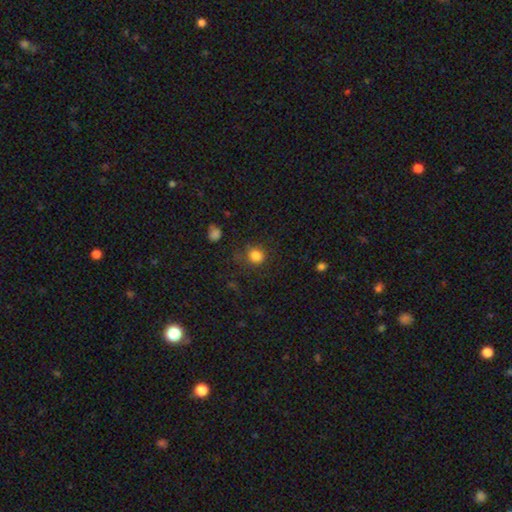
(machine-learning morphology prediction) The model was most divided on "merging": none: 69%, minor disturbance: 19%, major disturbance: 9%, merger: 3%. More confident: smooth or featured — smooth (82%); how rounded — round (78%).